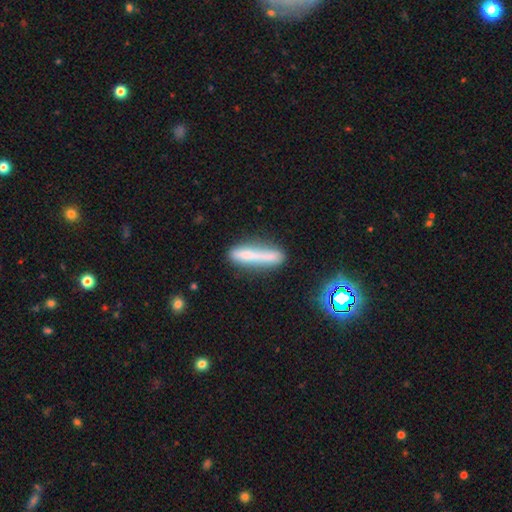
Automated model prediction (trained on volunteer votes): Smooth or featured?
  - smooth: 65% *
  - featured or disk: 24%
  - star or artifact: 11%
How rounded?
  - cigar-shaped: 89% *
  - in between: 9%
  - round: 2%
Merging?
  - none: 67% *
  - minor disturbance: 19%
  - merger: 8%
  - major disturbance: 6%